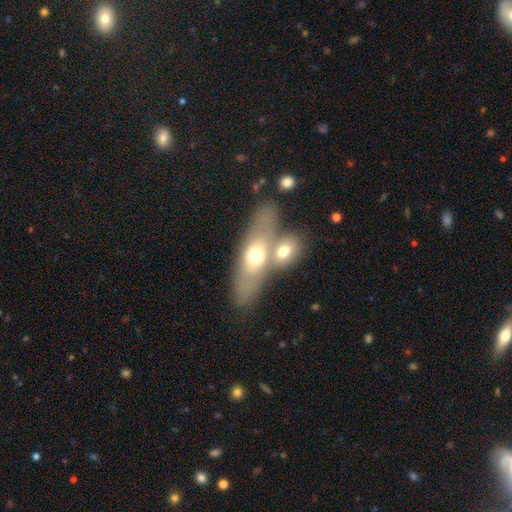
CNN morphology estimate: smooth_or_featured: smooth (p=0.55) [alt: featured or disk p=0.38]
how_rounded: in between (p=0.55) [alt: cigar-shaped p=0.39]
merging: merger (p=0.52) [alt: none p=0.34]